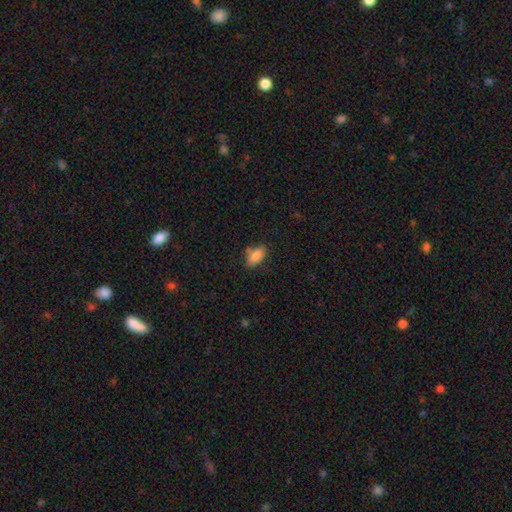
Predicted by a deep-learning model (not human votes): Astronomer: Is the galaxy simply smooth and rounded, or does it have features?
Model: smooth — 83%.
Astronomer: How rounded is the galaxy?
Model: in between — 87%.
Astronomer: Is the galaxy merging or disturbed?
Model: none — 67%.